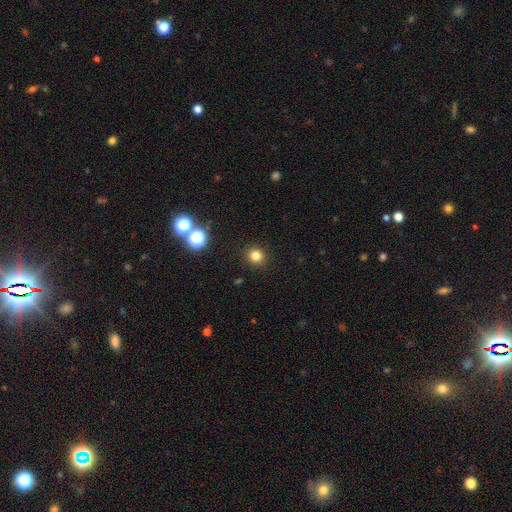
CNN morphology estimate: This appears to be a smooth galaxy with no disk features (80%) that is round (90%). Merging: none (91%).